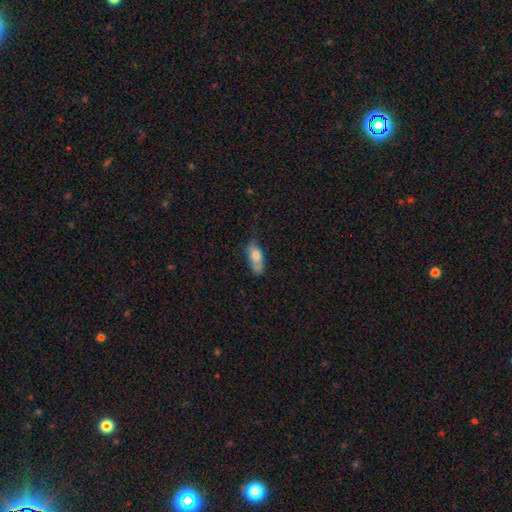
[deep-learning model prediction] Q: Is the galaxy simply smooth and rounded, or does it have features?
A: smooth — 75%.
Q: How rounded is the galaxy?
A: in between — 78%.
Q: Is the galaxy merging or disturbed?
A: none — 58%.